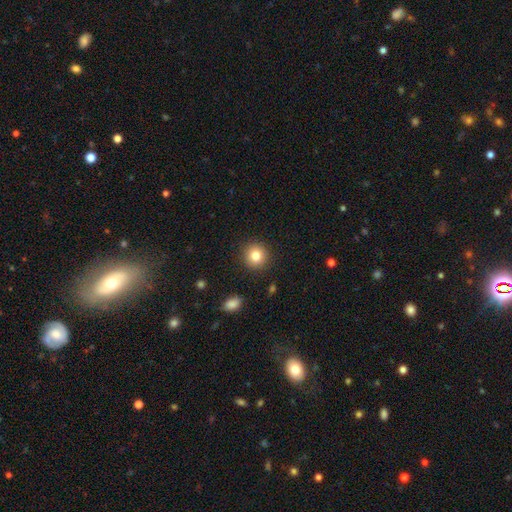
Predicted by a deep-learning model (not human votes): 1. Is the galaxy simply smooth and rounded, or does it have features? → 82% smooth, 10% star or artifact, 8% featured or disk.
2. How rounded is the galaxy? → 92% round, 7% in between, 1% cigar-shaped.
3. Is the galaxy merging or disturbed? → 90% none, 6% minor disturbance, 2% major disturbance, 1% merger.